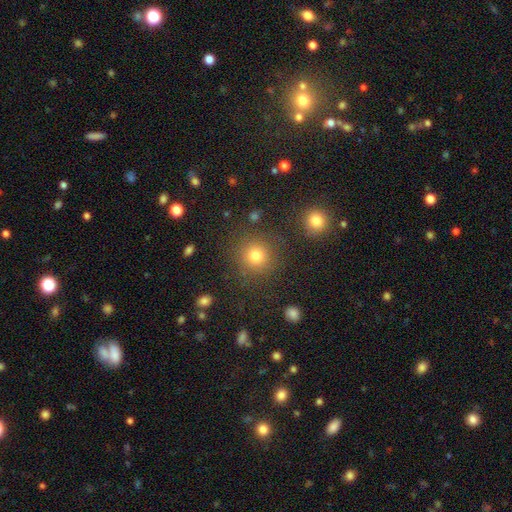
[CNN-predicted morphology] Smooth or featured?
  - smooth: 78% *
  - star or artifact: 16%
  - featured or disk: 6%
How rounded?
  - round: 93% *
  - in between: 6%
  - cigar-shaped: 1%
Merging?
  - none: 86% *
  - minor disturbance: 7%
  - merger: 3%
  - major disturbance: 3%